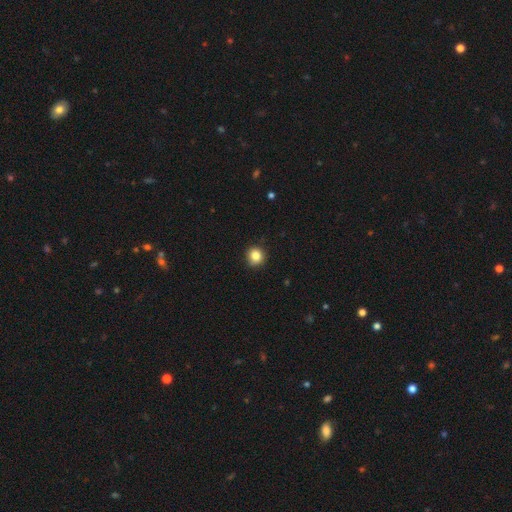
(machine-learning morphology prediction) A smooth galaxy with no disk features (84%) that is round (92%). Merging: none (90%).